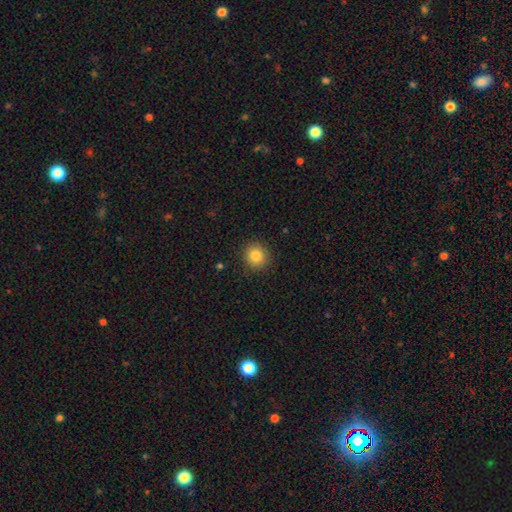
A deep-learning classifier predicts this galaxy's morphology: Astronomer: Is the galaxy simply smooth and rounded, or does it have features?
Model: smooth — 83%.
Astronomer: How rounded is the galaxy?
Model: round — 91%.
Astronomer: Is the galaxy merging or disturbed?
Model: none — 90%.